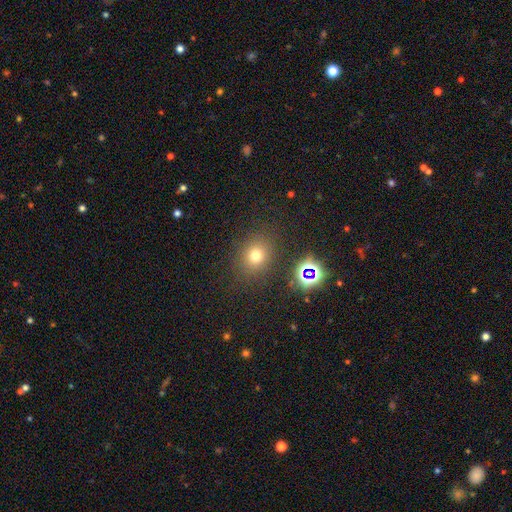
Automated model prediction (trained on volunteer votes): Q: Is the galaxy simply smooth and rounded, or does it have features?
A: smooth — 71%.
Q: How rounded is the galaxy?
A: round — 74%.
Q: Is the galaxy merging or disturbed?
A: none — 84%.